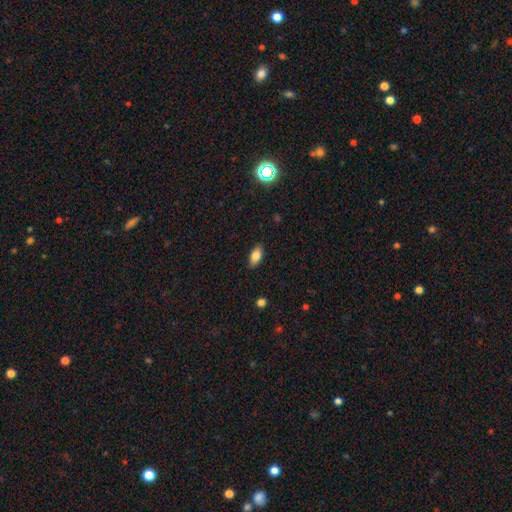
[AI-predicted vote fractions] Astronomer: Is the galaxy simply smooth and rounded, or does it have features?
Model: smooth — 82%.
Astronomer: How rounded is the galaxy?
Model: in between — 88%.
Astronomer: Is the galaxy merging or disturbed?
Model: none — 87%.